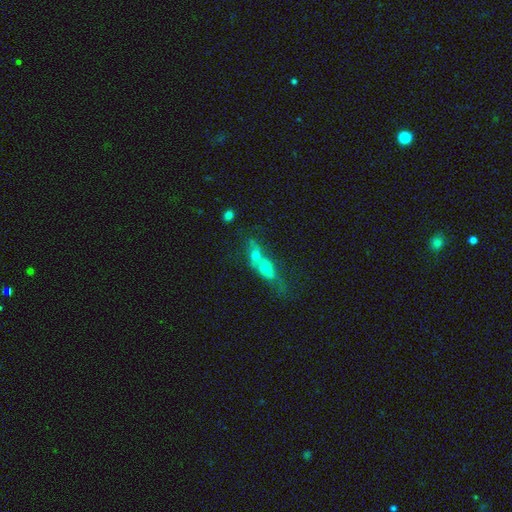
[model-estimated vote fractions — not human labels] Smooth or featured? Predicted: smooth (p=0.56). How rounded? Predicted: in between (p=0.57). Merging? Predicted: merger (p=0.71).